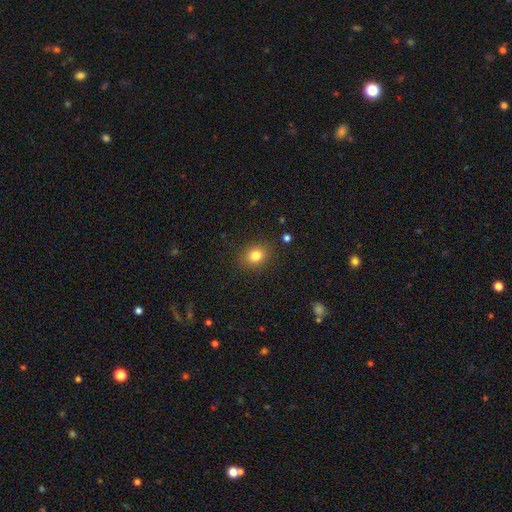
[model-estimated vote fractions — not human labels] Q: Smooth or featured?
A: smooth (82%); runner-up: star or artifact (11%)
Q: How rounded?
A: round (53%); runner-up: in between (46%)
Q: Merging?
A: none (87%); runner-up: minor disturbance (9%)